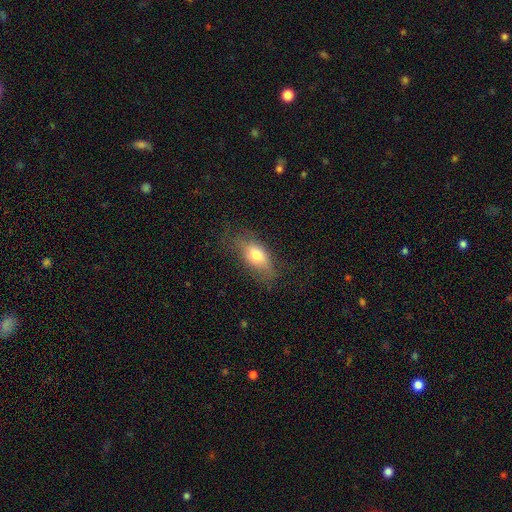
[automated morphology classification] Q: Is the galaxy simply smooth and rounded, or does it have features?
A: smooth — 70%.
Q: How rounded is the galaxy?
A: in between — 84%.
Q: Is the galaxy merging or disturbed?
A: none — 61%.